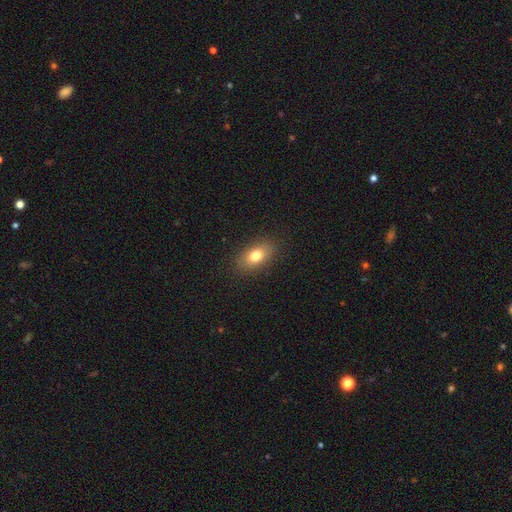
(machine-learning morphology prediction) A smooth galaxy with no disk features (76%) that is in between round and cigar-shaped (85%). Merging: none (88%).